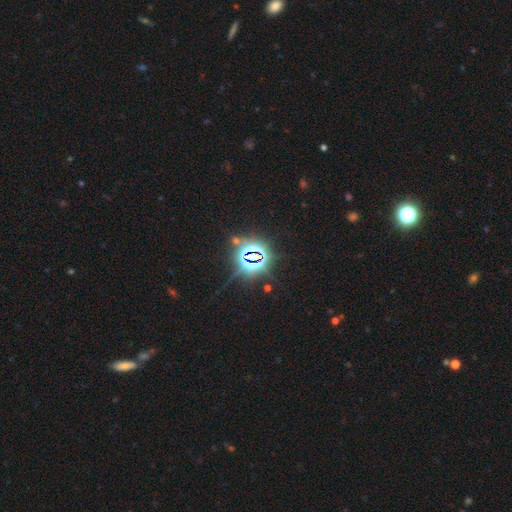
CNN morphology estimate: This appears to be a star or artifact, not a galaxy (82%).